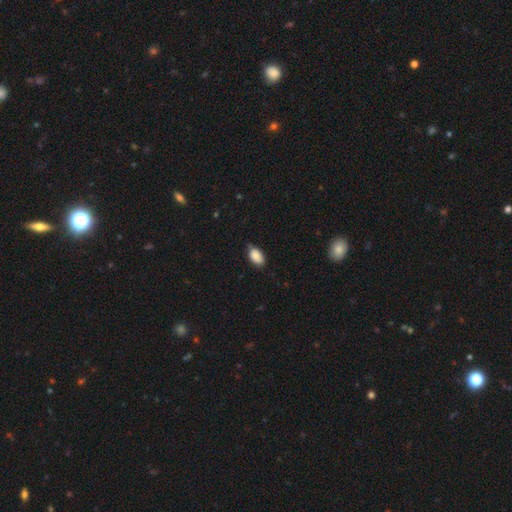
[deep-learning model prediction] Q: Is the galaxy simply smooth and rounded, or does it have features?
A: smooth — 87%.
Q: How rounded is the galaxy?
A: in between — 92%.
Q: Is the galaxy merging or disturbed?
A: none — 70%.